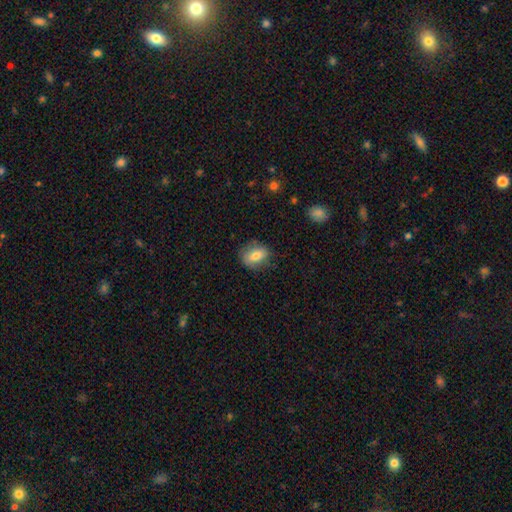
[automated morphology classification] A smooth galaxy with no disk features (77%) that is in between round and cigar-shaped (67%). Merging: none (77%).